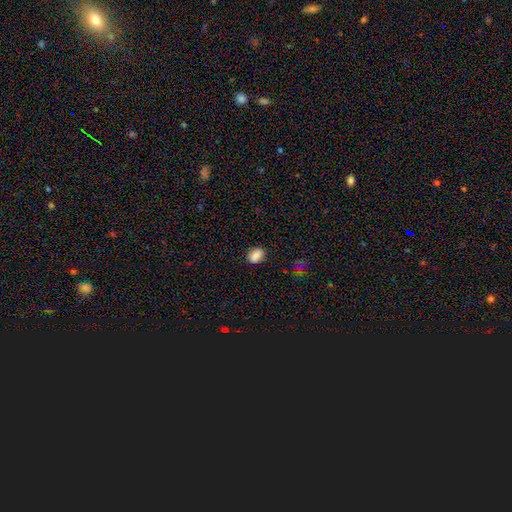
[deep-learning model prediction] Smooth or featured: smooth — 86% (star or artifact — 9%)
How rounded: in between — 64% (round — 35%)
Merging: none — 84% (minor disturbance — 12%)